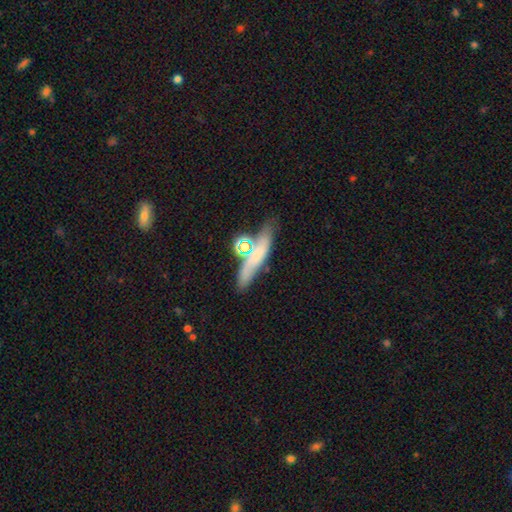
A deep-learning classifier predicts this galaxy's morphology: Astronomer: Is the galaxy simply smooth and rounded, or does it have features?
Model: smooth — 60%.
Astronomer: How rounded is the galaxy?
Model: cigar-shaped — 66%.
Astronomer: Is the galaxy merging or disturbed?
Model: none — 58%.